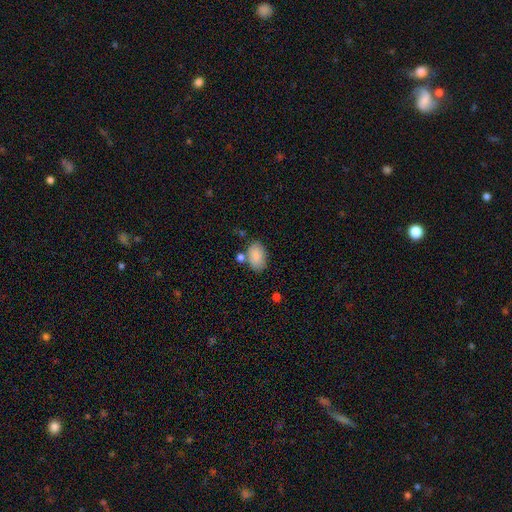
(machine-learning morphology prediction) This appears to be a smooth galaxy with no disk features (86%) that is in between round and cigar-shaped (90%). Merging: none (66%).